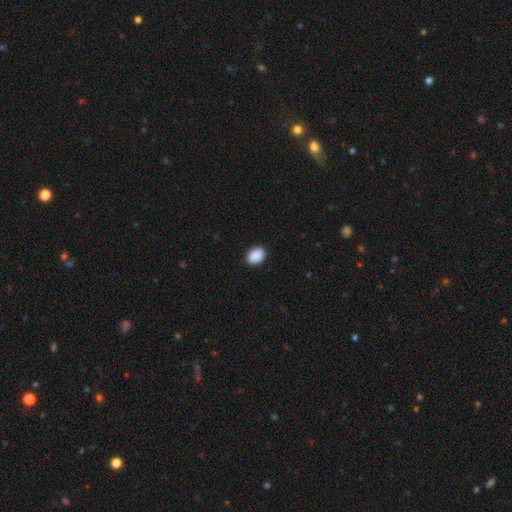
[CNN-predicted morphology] smooth 90%, star or artifact 7%, featured or disk 2%. Down the decision tree: how rounded — in between (80%); merging — none (89%).